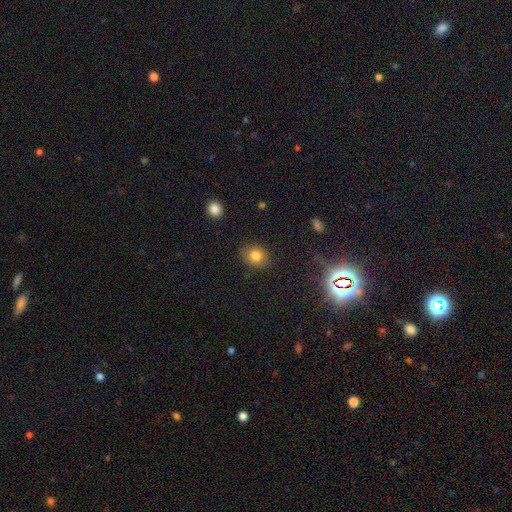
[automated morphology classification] type=smooth (80%); roundness=round (63%); merging=none (85%).